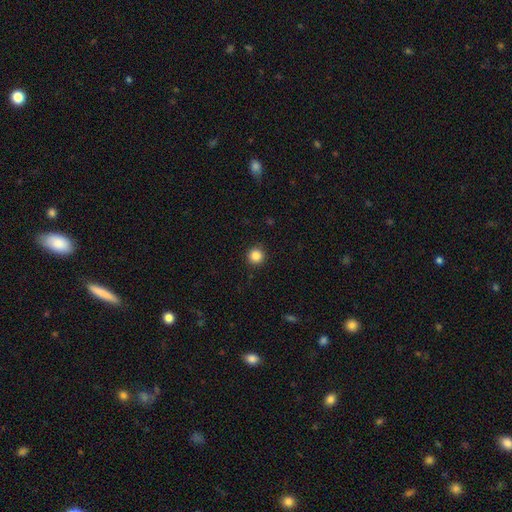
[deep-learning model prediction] Smooth or featured?
  - smooth: 86% *
  - star or artifact: 11%
  - featured or disk: 4%
How rounded?
  - round: 95% *
  - in between: 4%
  - cigar-shaped: 1%
Merging?
  - none: 92% *
  - minor disturbance: 5%
  - major disturbance: 2%
  - merger: 1%